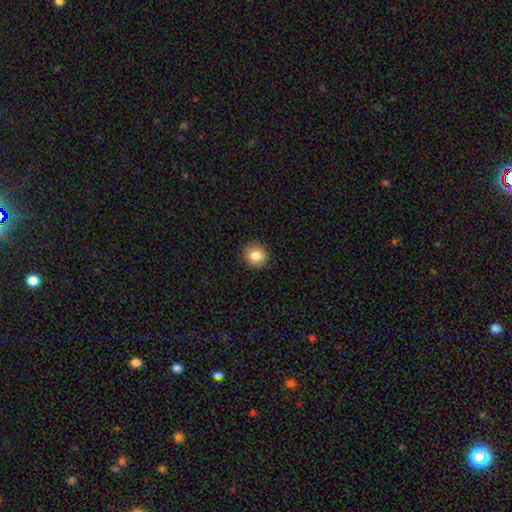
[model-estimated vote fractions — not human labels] Q: Smooth or featured?
A: smooth (84%); runner-up: star or artifact (9%)
Q: How rounded?
A: round (83%); runner-up: in between (16%)
Q: Merging?
A: none (90%); runner-up: minor disturbance (7%)